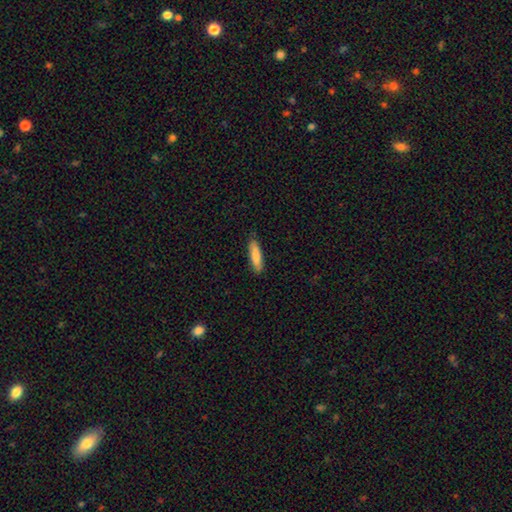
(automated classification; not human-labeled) Smooth or featured?
  - smooth: 83% *
  - featured or disk: 12%
  - star or artifact: 5%
How rounded?
  - cigar-shaped: 71% *
  - in between: 27%
  - round: 1%
Merging?
  - none: 87% *
  - minor disturbance: 10%
  - major disturbance: 2%
  - merger: 1%